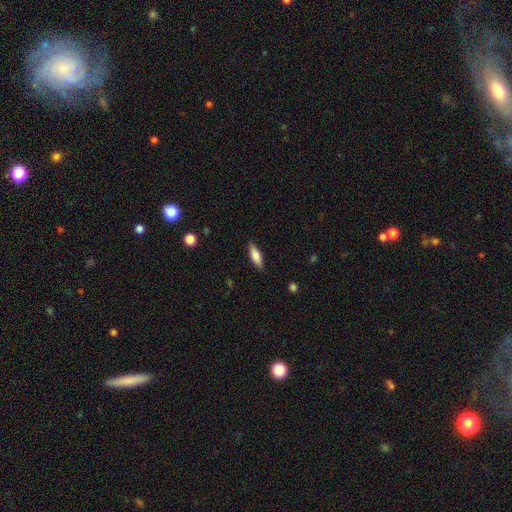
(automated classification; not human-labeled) Morphology: type=smooth (80%); roundness=in between (57%); merging=none (86%).